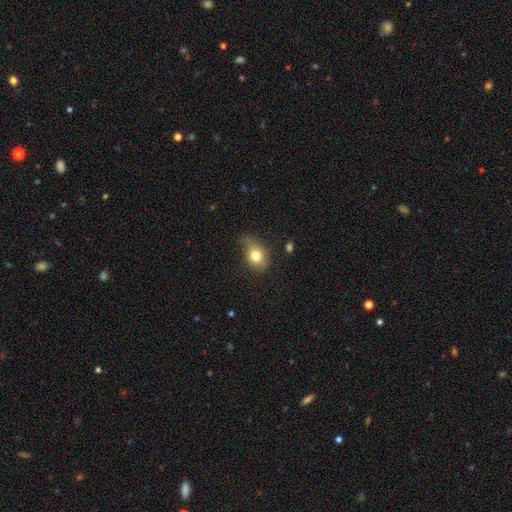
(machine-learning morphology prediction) Q: Smooth or featured?
A: smooth (76%); runner-up: featured or disk (13%)
Q: How rounded?
A: in between (59%); runner-up: round (40%)
Q: Merging?
A: none (50%); runner-up: minor disturbance (36%)